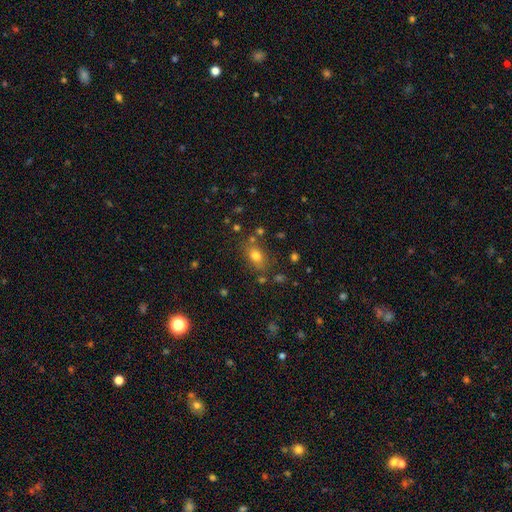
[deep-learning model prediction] Morphology: type=smooth (75%); roundness=in between (67%); merging=none (73%).